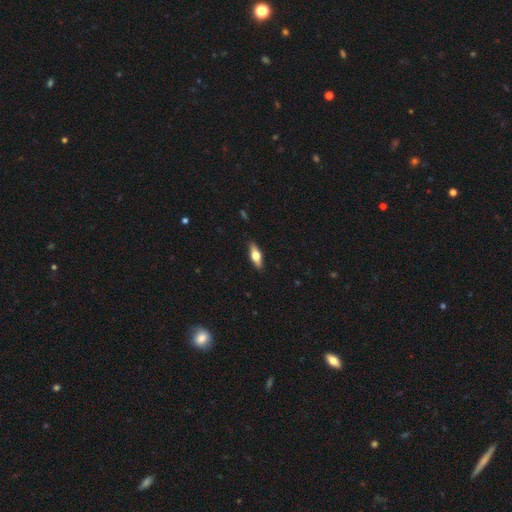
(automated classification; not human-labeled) Morphology: type=smooth (50%); roundness=in between (59%); merging=none (88%).